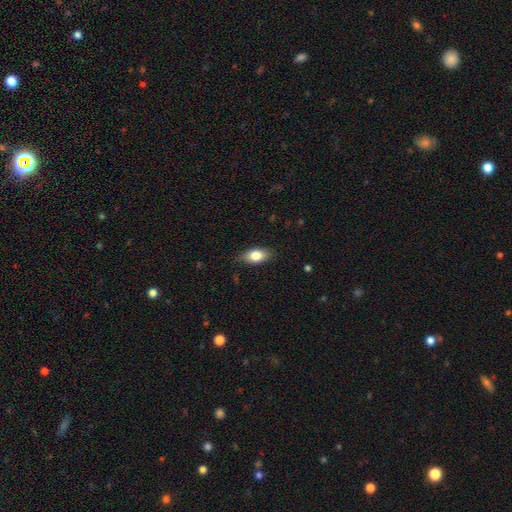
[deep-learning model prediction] Smooth or featured? smooth (79%)
How rounded? in between (87%)
Merging? none (79%)